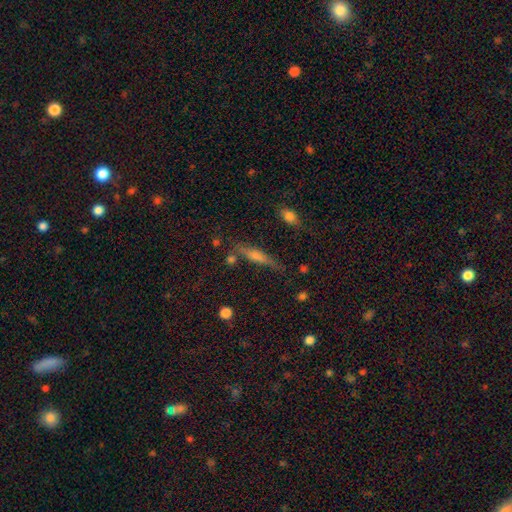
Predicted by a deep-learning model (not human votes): featured or disk 50%, smooth 38%, star or artifact 12%. Down the decision tree: edge-on disk — yes (92%); merging — none (75%).